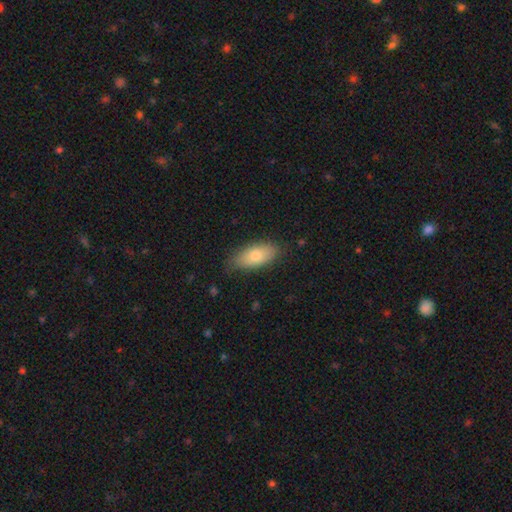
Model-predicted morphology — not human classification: This appears to be a smooth galaxy with no disk features (76%) that is in between round and cigar-shaped (86%). Merging: none (81%).